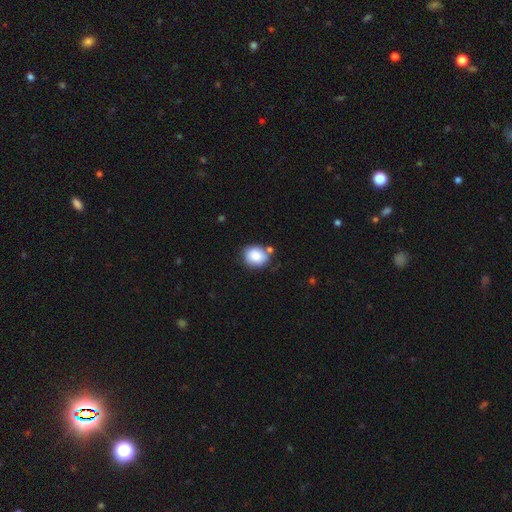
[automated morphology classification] The model was most divided on "how rounded": round: 65%, in between: 34%, cigar-shaped: 1%. More confident: smooth or featured — smooth (86%); merging — none (68%).